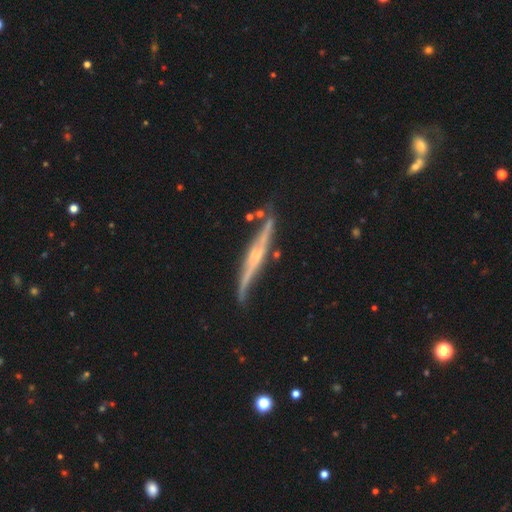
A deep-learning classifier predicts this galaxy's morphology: smooth-or-featured: featured or disk: 83% | smooth: 12% | star or artifact: 5%
  disk-edge-on: yes: 95% | no: 5%
    edge-on-bulge: rounded: 69% | none: 22% | boxy: 9%
  merging: none: 74% | minor disturbance: 18% | merger: 4% | major disturbance: 4%